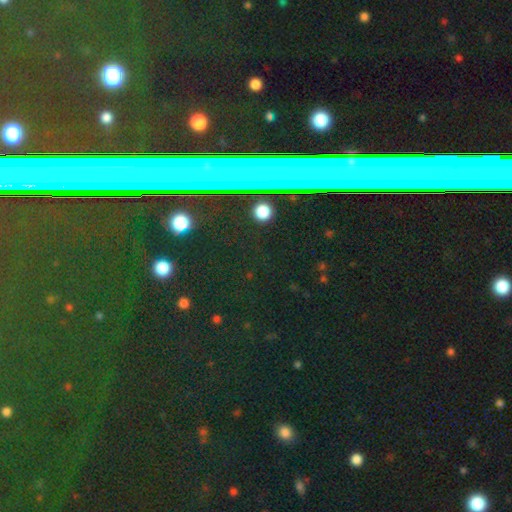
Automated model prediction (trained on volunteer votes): smooth-or-featured: star or artifact: 73% | smooth: 15% | featured or disk: 12%